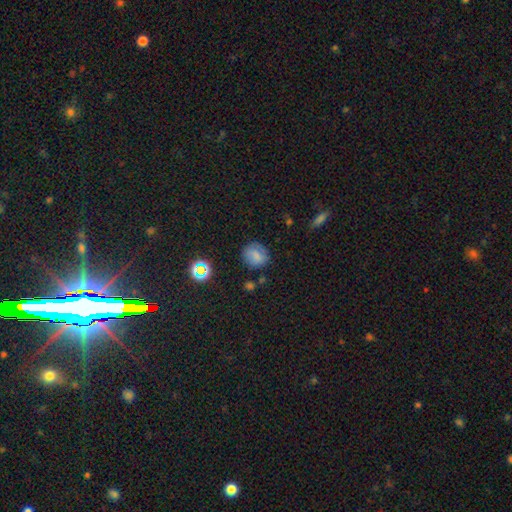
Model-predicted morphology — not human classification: smooth_or_featured: smooth (p=0.73) [alt: star or artifact p=0.15]
how_rounded: round (p=0.80) [alt: in between p=0.19]
merging: none (p=0.75) [alt: minor disturbance p=0.17]